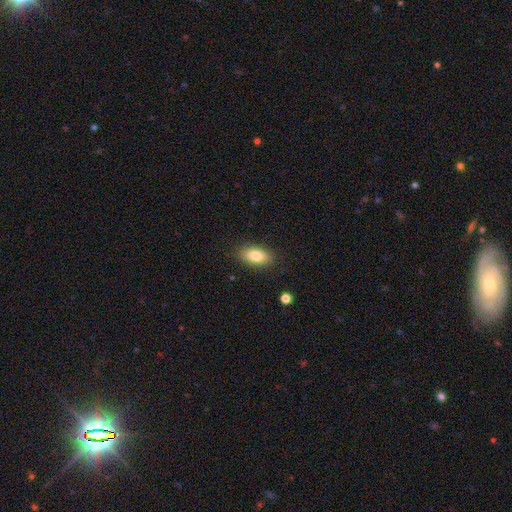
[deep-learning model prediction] The model was most divided on "smooth or featured": smooth: 82%, featured or disk: 11%, star or artifact: 7%. More confident: how rounded — in between (89%); merging — none (87%).